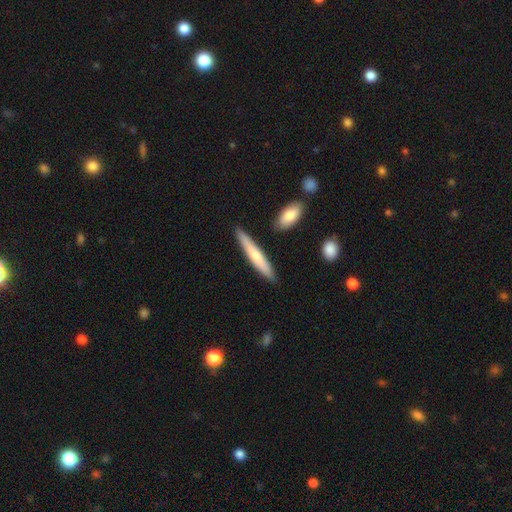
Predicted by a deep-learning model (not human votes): Smooth or featured? smooth (63%)
How rounded? cigar-shaped (91%)
Merging? none (86%)